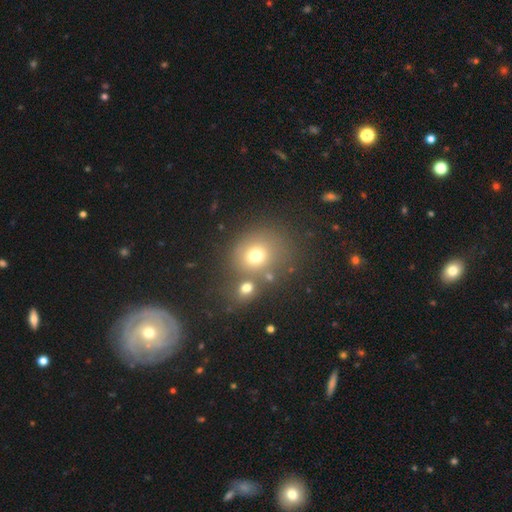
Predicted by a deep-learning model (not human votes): Overall: smooth (70%). How rounded: round (73%). Merging: none (55%; merger 27%).